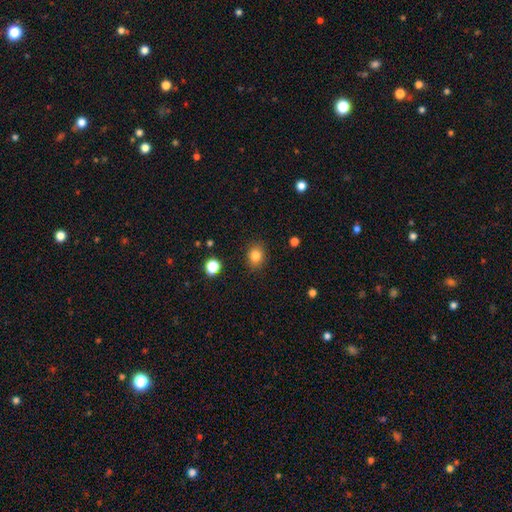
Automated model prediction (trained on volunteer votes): Smooth or featured?
  - smooth: 83% *
  - star or artifact: 11%
  - featured or disk: 6%
How rounded?
  - round: 63% *
  - in between: 36%
  - cigar-shaped: 1%
Merging?
  - none: 88% *
  - minor disturbance: 9%
  - major disturbance: 3%
  - merger: 1%